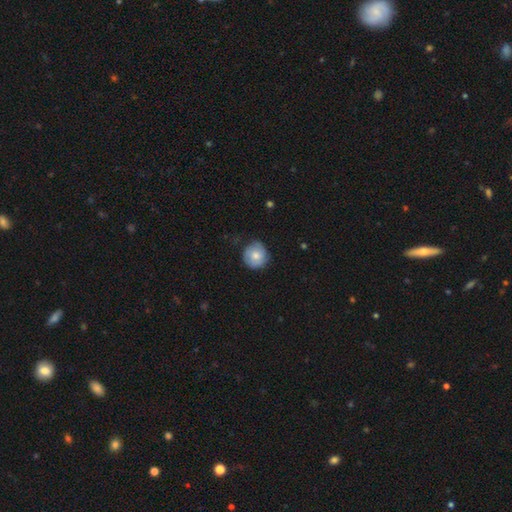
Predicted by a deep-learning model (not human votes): This is likely a smooth galaxy (76%). How rounded: clearly round (90%). Merging: likely none (72%).